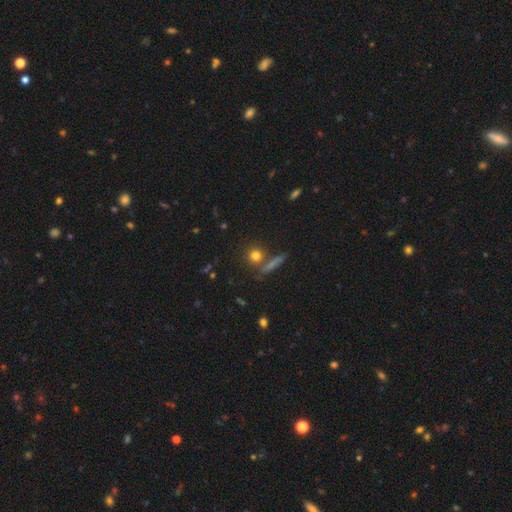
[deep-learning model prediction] This appears to be a smooth galaxy with no disk features (77%) that is round (83%). Merging: none (73%).